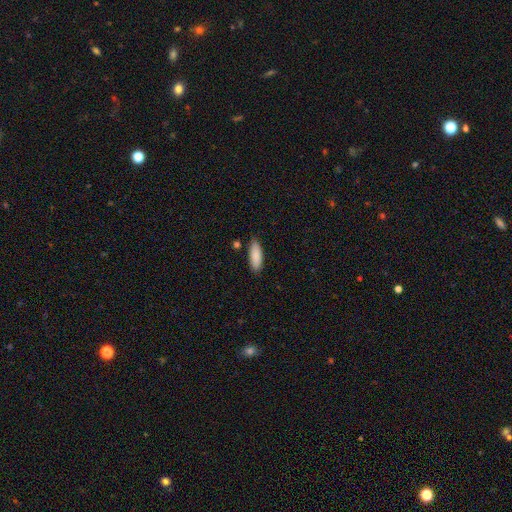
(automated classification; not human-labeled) Smooth or featured? Predicted: smooth (p=0.88). How rounded? Predicted: in between (p=0.62). Merging? Predicted: none (p=0.83).